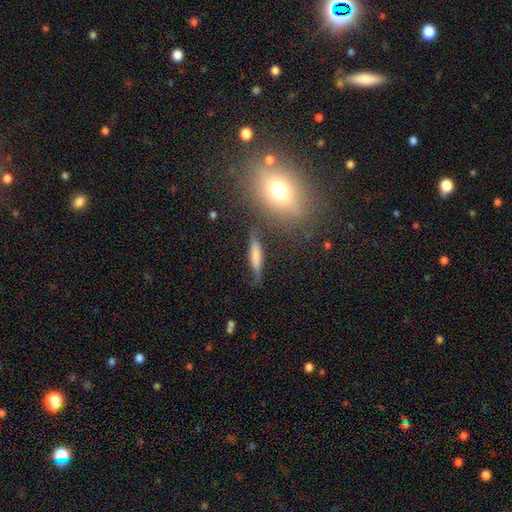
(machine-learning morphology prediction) Smooth or featured? smooth (63%)
How rounded? cigar-shaped (81%)
Merging? none (62%)